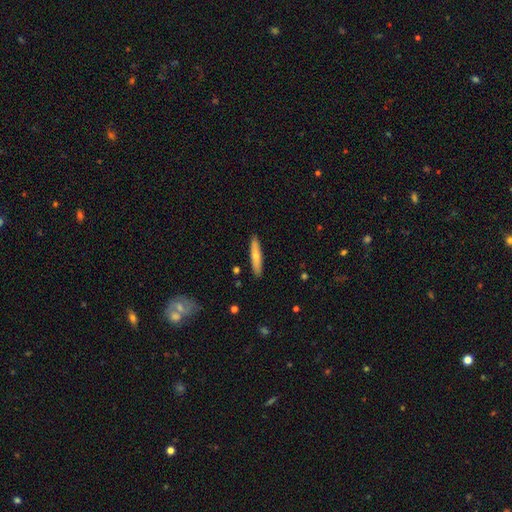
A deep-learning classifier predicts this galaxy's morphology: Smooth or featured?
  - smooth: 68% *
  - featured or disk: 27%
  - star or artifact: 6%
How rounded?
  - cigar-shaped: 87% *
  - in between: 12%
  - round: 1%
Merging?
  - none: 89% *
  - minor disturbance: 8%
  - major disturbance: 2%
  - merger: 1%